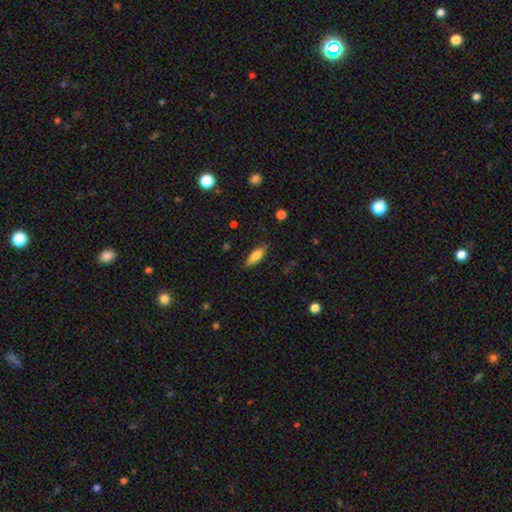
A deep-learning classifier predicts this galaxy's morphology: Overall: smooth (77%). How rounded: in between (66%; cigar-shaped 32%). Merging: none (84%).